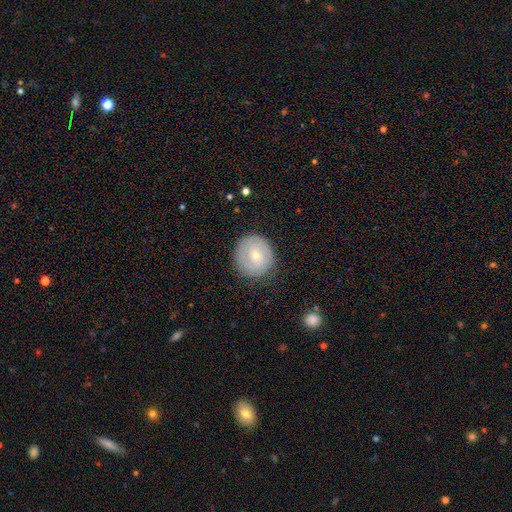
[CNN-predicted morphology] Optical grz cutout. It shows a featured or disk galaxy (59%) with no bar (58%), spiral arms (82%) and a small central bulge (71%). Merging: none (82%).